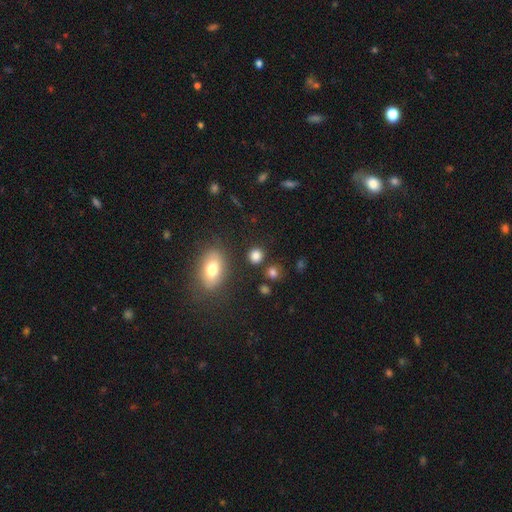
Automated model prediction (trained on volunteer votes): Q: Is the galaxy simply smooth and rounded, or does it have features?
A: smooth — 83%.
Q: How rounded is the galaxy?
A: round — 79%.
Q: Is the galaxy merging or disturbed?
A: none — 83%.